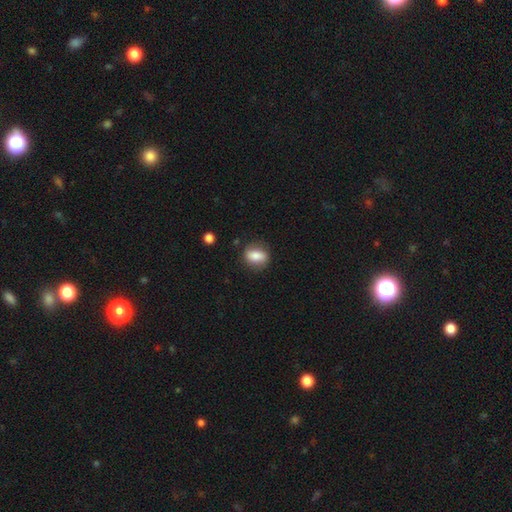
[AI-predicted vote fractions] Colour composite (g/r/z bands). It shows a smooth galaxy with no disk features (74%) that is in between round and cigar-shaped (67%). Merging: none (79%).